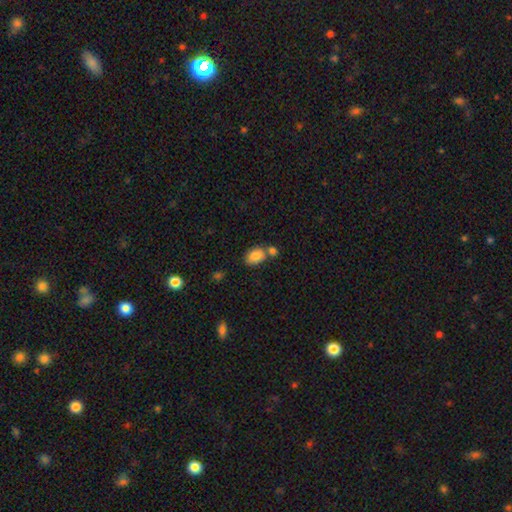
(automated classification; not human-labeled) Morphology: type=smooth (85%); roundness=in between (86%); merging=none (49%).